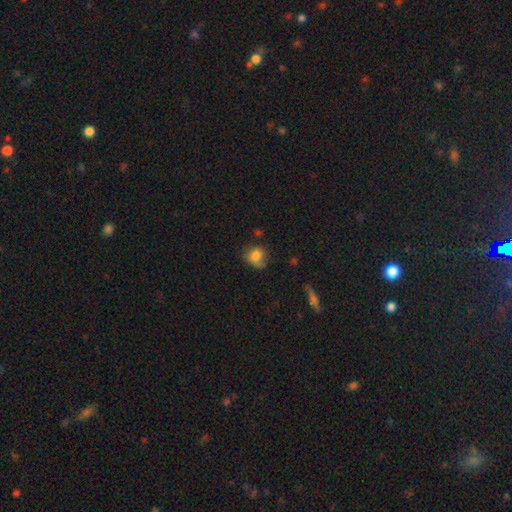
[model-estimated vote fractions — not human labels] Morphology: type=smooth (76%); roundness=round (54%); merging=none (43%).